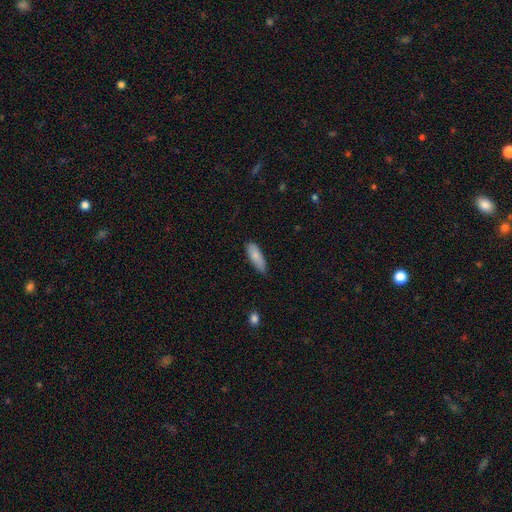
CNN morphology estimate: Overall: smooth (83%). How rounded: in between (63%; cigar-shaped 35%). Merging: none (70%).